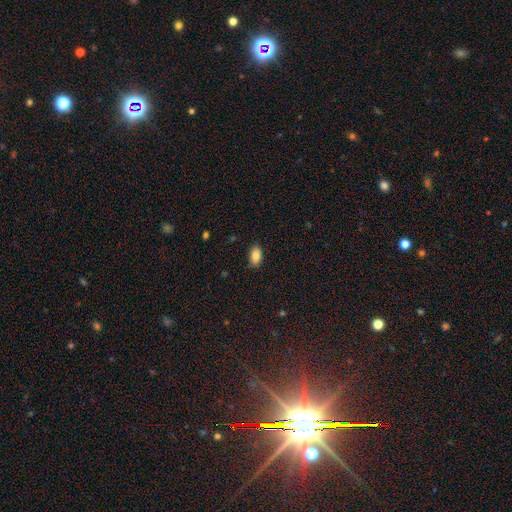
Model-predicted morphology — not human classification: A smooth galaxy with no disk features (83%) that is in between round and cigar-shaped (92%). Merging: none (86%).